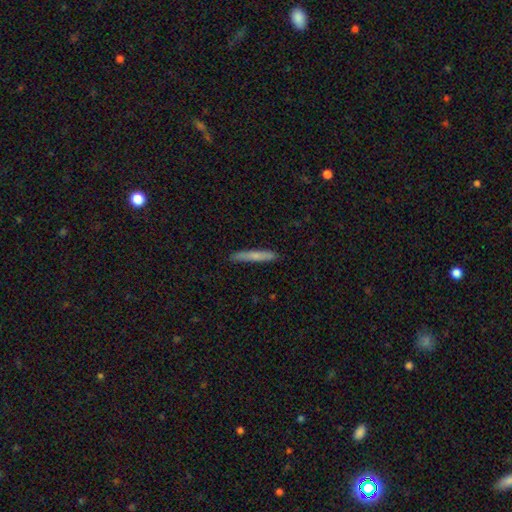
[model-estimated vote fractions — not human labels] smooth 68%, featured or disk 26%, star or artifact 6%. Down the decision tree: how rounded — cigar-shaped (95%); merging — none (88%).